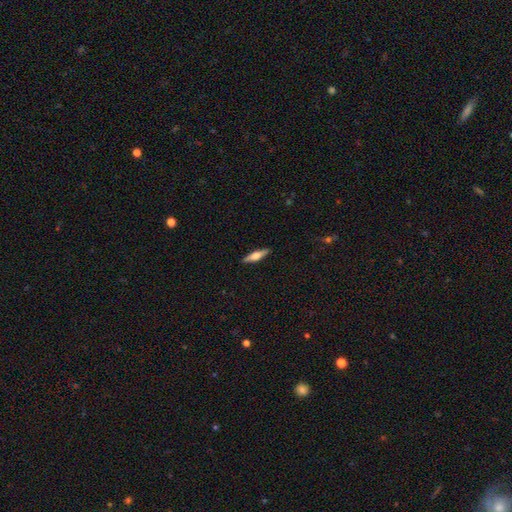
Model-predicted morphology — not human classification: A featured or disk galaxy (52%) viewed edge-on (95%). Merging: none (90%).